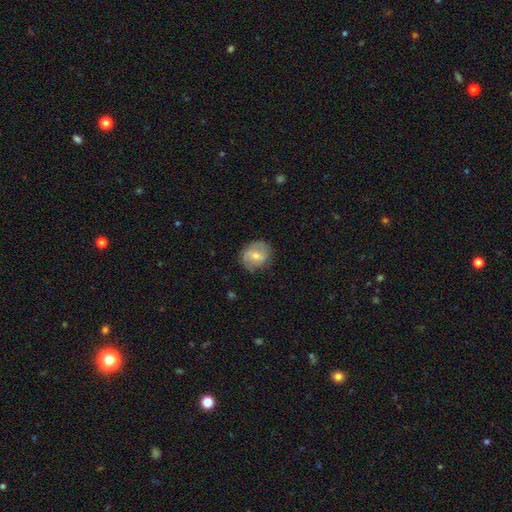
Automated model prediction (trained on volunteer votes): featured or disk 48%, smooth 44%, star or artifact 9%. Down the decision tree: merging — none (77%).